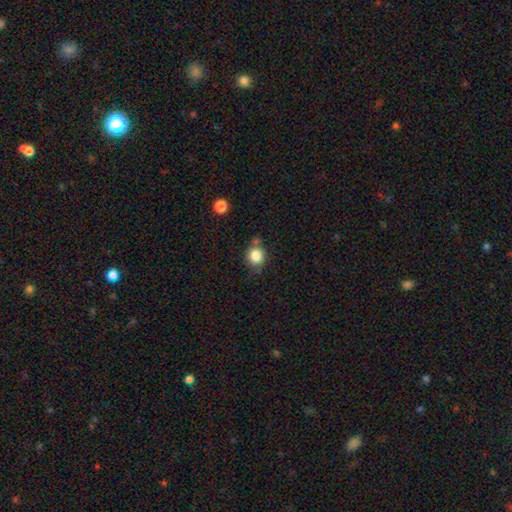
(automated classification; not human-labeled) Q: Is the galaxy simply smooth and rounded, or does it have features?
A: smooth — 83%.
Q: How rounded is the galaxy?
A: round — 84%.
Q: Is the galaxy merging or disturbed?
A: none — 66%.